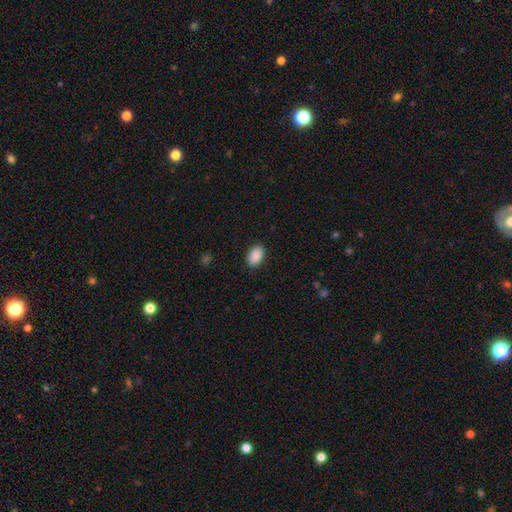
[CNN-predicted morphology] This appears to be a smooth galaxy with no disk features (90%) that is in between round and cigar-shaped (91%). Merging: none (89%).